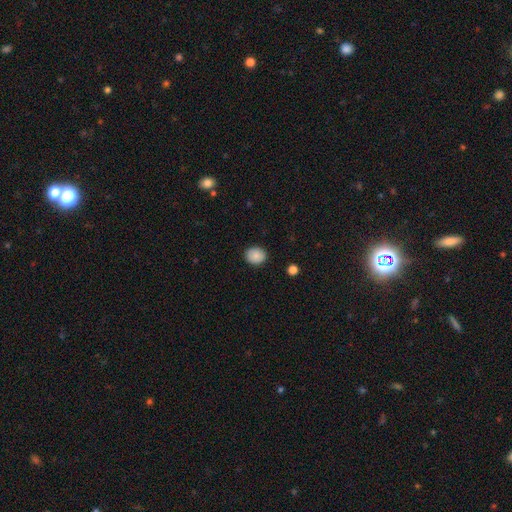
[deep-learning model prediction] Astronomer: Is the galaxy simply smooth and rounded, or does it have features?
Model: smooth — 86%.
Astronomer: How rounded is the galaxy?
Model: round — 75%.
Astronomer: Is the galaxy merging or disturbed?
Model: none — 89%.